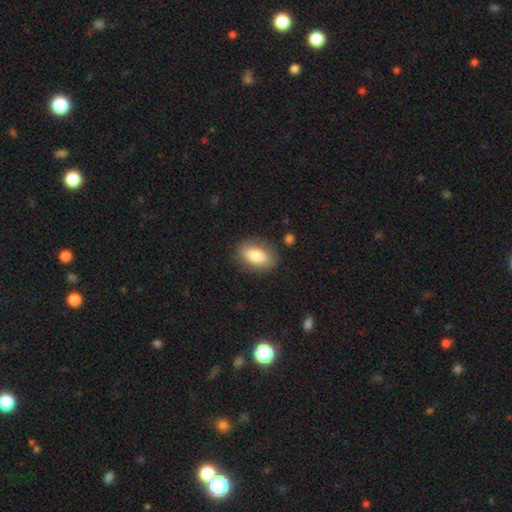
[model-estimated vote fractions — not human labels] Smooth or featured: smooth — 78% (featured or disk — 15%)
How rounded: in between — 87% (round — 10%)
Merging: none — 82% (minor disturbance — 12%)